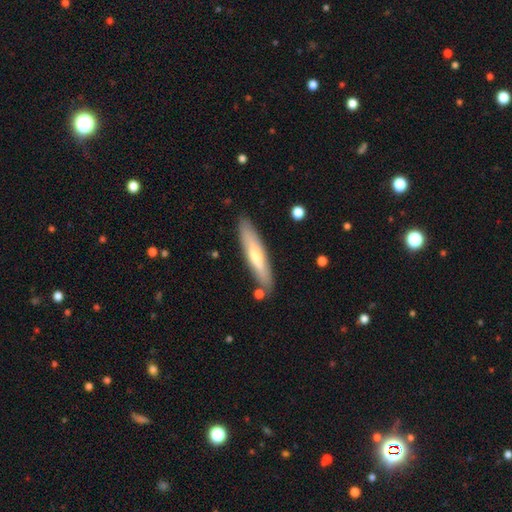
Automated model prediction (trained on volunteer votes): Q: Smooth or featured?
A: smooth (48%); runner-up: featured or disk (45%)
Q: Merging?
A: none (85%); runner-up: minor disturbance (10%)